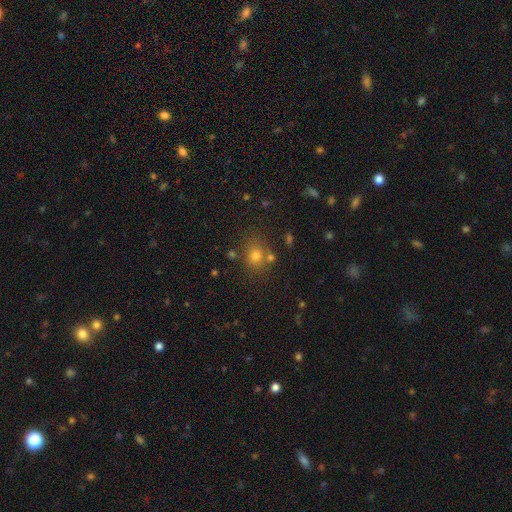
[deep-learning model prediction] This appears to be a smooth galaxy with no disk features (68%) that is round (67%). Merging: none (71%).